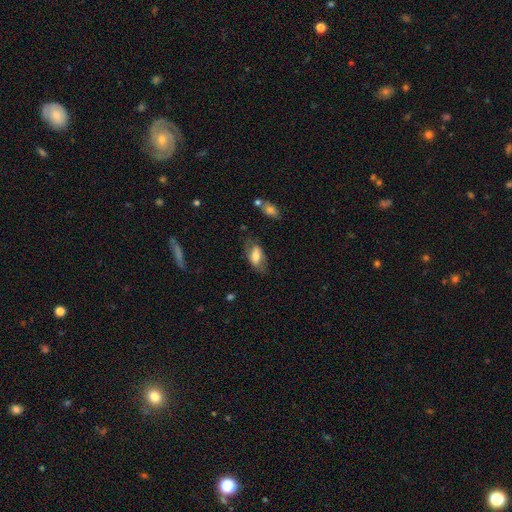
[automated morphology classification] A smooth galaxy with no disk features (66%) that is in between round and cigar-shaped (90%).

Vote fractions:
- Smooth or featured? smooth: 66% / featured or disk: 27% / star or artifact: 7%
- How rounded? in between: 90% / cigar-shaped: 5% / round: 5%
- Merging? none: 61% / minor disturbance: 25% / major disturbance: 12% / merger: 2%